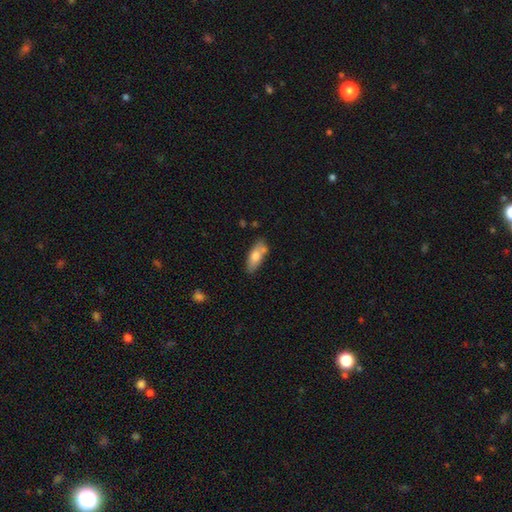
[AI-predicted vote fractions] This is likely a smooth galaxy (73%). How rounded: likely in between (75%). Merging: likely none (68%).